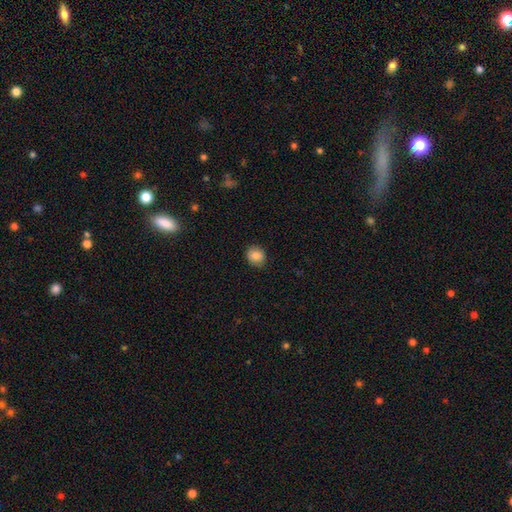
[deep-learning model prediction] Smooth or featured?
  - smooth: 84% *
  - star or artifact: 9%
  - featured or disk: 7%
How rounded?
  - round: 69% *
  - in between: 30%
  - cigar-shaped: 1%
Merging?
  - none: 87% *
  - minor disturbance: 10%
  - major disturbance: 2%
  - merger: 1%